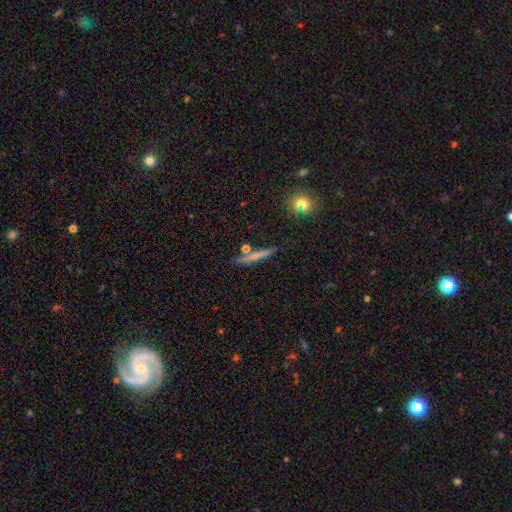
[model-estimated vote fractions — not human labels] Overall: smooth (58%; featured or disk 34%). How rounded: cigar-shaped (92%). Merging: none (81%).